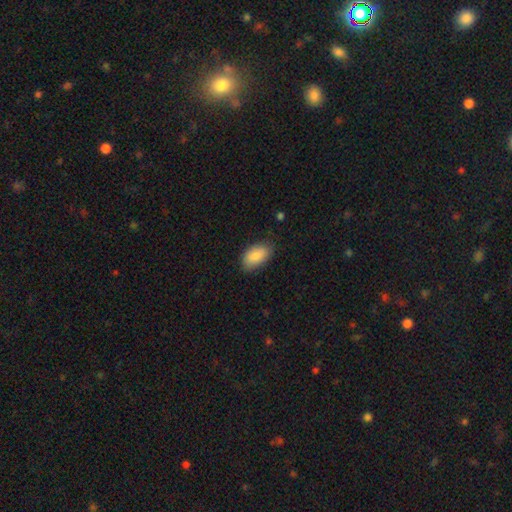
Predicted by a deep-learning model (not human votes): Q: Smooth or featured?
A: smooth (87%); runner-up: featured or disk (7%)
Q: How rounded?
A: in between (94%); runner-up: round (4%)
Q: Merging?
A: none (81%); runner-up: minor disturbance (15%)